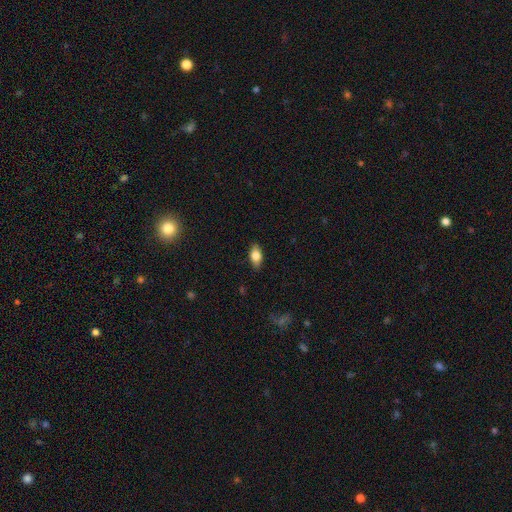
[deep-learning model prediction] smooth 78%, featured or disk 15%, star or artifact 8%. Down the decision tree: how rounded — in between (87%); merging — none (85%).